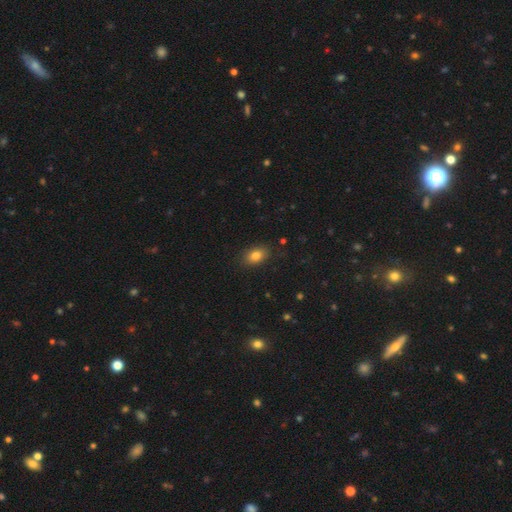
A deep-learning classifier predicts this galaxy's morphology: Overall: smooth (82%). How rounded: in between (80%). Merging: none (87%).